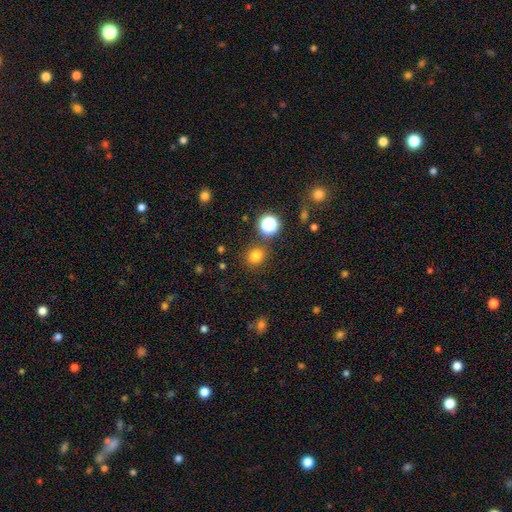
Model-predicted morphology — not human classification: Smooth or featured?
  - smooth: 77% *
  - star or artifact: 18%
  - featured or disk: 6%
How rounded?
  - round: 81% *
  - in between: 18%
  - cigar-shaped: 1%
Merging?
  - none: 82% *
  - minor disturbance: 9%
  - merger: 5%
  - major disturbance: 3%